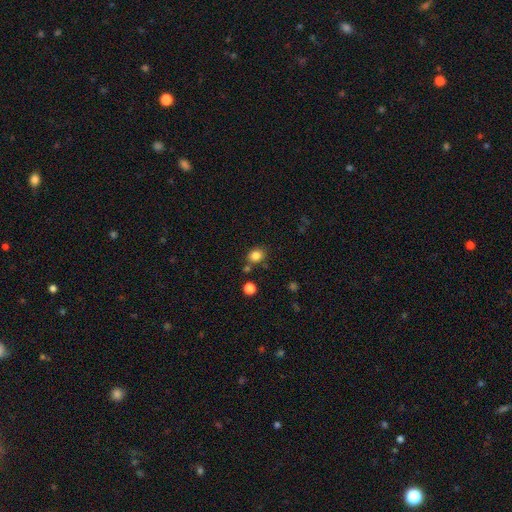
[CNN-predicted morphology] This appears to be a smooth galaxy with no disk features (83%) that is round (63%). Merging: none (73%).